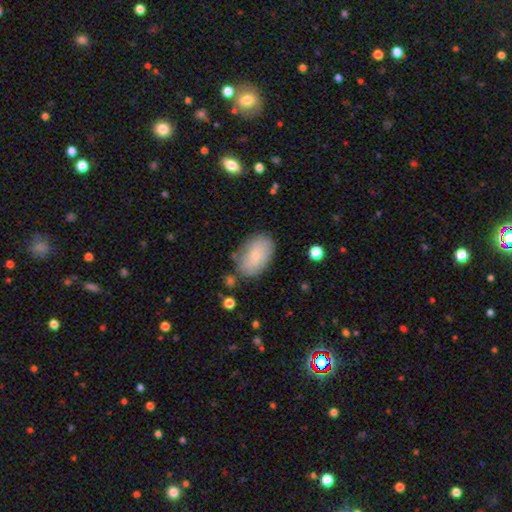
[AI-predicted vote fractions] Overall: smooth (73%). How rounded: in between (91%). Merging: none (76%).